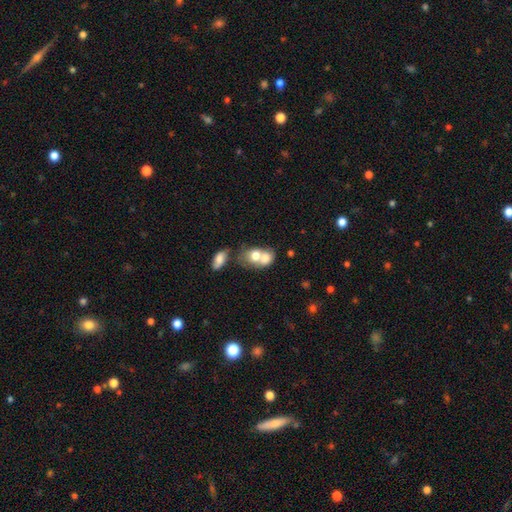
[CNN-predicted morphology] Smooth or featured? smooth (69%)
How rounded? in between (63%)
Merging? merger (72%)